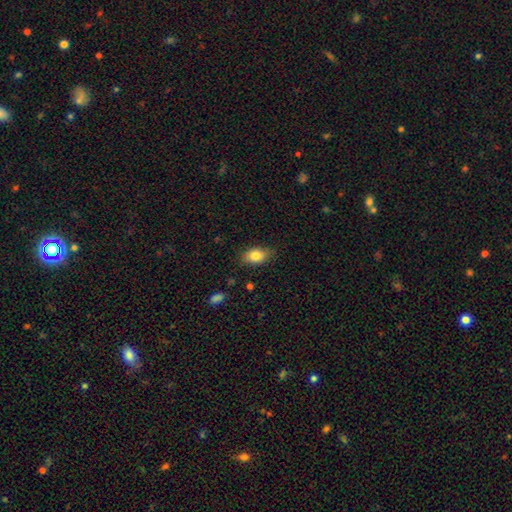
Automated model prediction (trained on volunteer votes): Smooth or featured? smooth (82%)
How rounded? in between (83%)
Merging? none (82%)